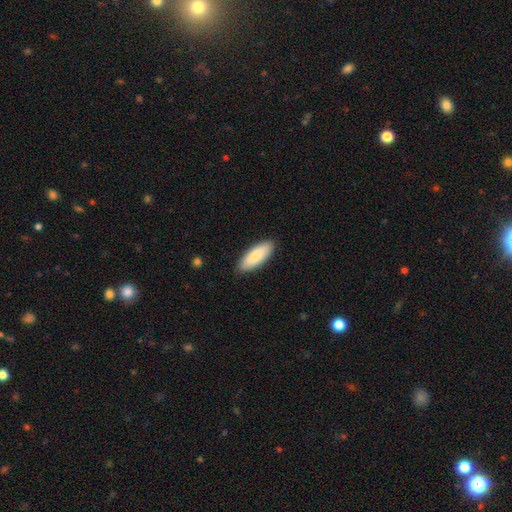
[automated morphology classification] A smooth galaxy with no disk features (83%) that is in between round and cigar-shaped (72%). Merging: none (88%).